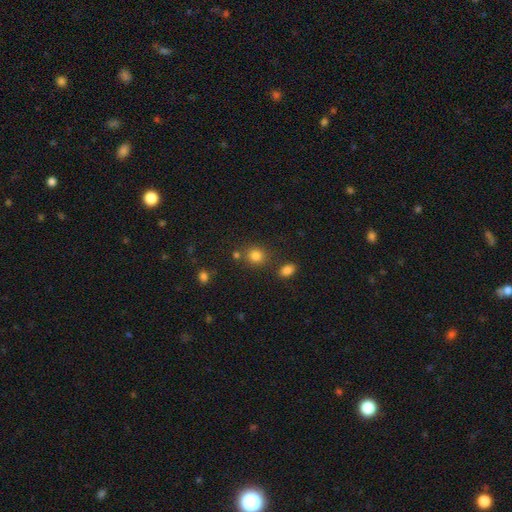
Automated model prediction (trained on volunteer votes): smooth 82%, star or artifact 12%, featured or disk 5%. Down the decision tree: how rounded — round (78%); merging — none (75%).